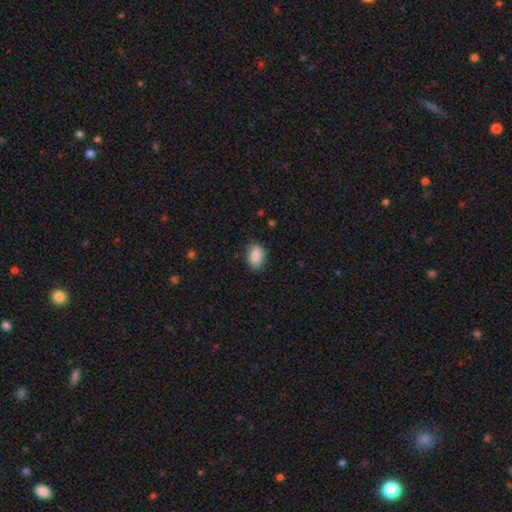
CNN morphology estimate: The model was most divided on "merging": none: 79%, minor disturbance: 17%, major disturbance: 3%, merger: 1%. More confident: how rounded — in between (85%); smooth or featured — smooth (84%).